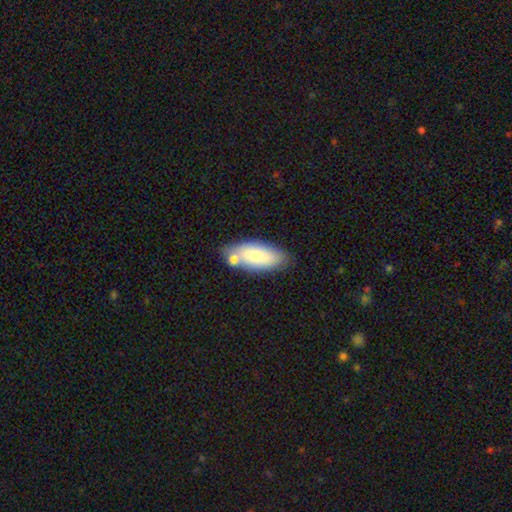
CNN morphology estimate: A smooth galaxy with no disk features (80%) that is in between round and cigar-shaped (83%).

Vote fractions:
- Smooth or featured? smooth: 80% / featured or disk: 13% / star or artifact: 7%
- How rounded? in between: 83% / cigar-shaped: 15% / round: 2%
- Merging? none: 60% / merger: 20% / minor disturbance: 16% / major disturbance: 4%